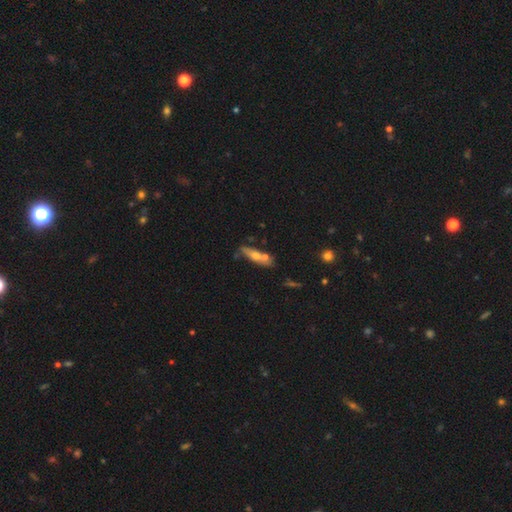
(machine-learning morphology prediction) type=smooth (54%); roundness=cigar-shaped (61%); merging=none (54%).